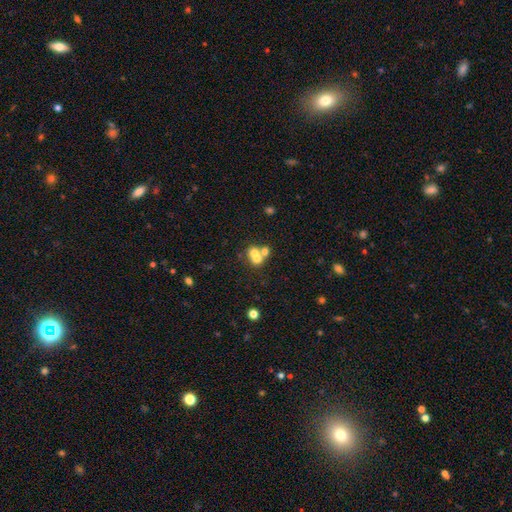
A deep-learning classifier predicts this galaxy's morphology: A smooth galaxy with no disk features (59%) that is round (60%). Merging: merger (62%).